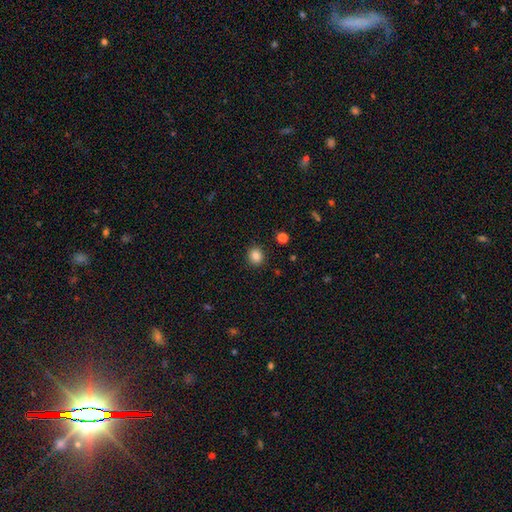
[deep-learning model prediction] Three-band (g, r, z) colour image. It shows a smooth galaxy with no disk features (85%) that is round (77%). Merging: none (90%).